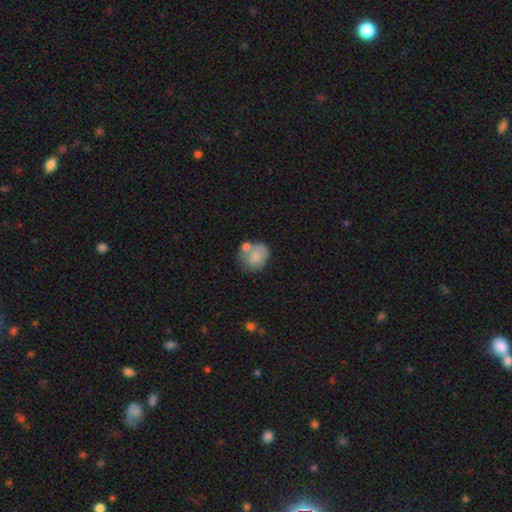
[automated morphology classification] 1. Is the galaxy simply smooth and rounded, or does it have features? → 71% smooth, 21% featured or disk, 7% star or artifact.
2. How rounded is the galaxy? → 69% round, 30% in between, 1% cigar-shaped.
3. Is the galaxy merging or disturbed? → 44% none, 27% merger, 20% minor disturbance, 9% major disturbance.